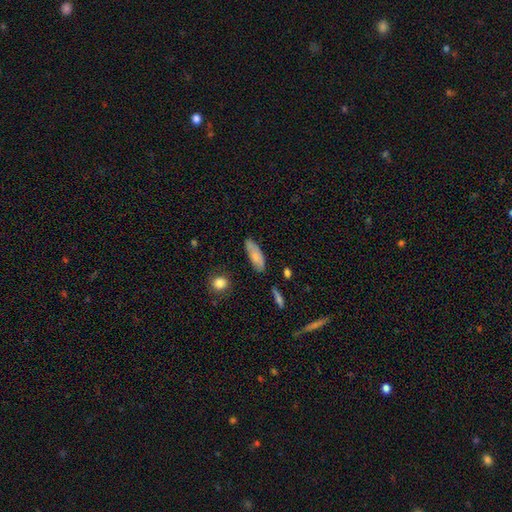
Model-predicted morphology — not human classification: Smooth or featured: smooth — 76% (featured or disk — 17%)
How rounded: in between — 66% (cigar-shaped — 31%)
Merging: none — 76% (minor disturbance — 18%)